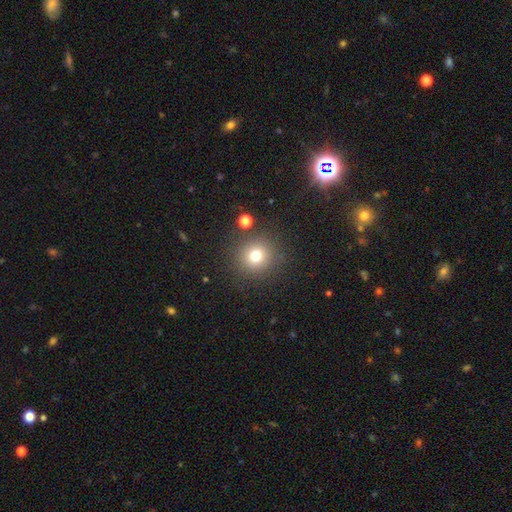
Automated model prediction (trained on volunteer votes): smooth-or-featured: smooth: 75% | star or artifact: 16% | featured or disk: 9%
  how-rounded: round: 92% | in between: 7% | cigar-shaped: 1%
  merging: none: 86% | minor disturbance: 7% | merger: 4% | major disturbance: 4%